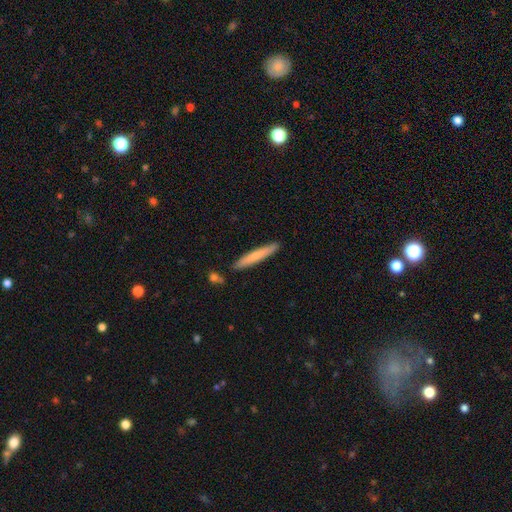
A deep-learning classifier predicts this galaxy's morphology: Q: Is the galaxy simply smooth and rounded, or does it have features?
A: smooth — 68%.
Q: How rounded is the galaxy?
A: cigar-shaped — 95%.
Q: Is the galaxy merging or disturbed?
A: none — 87%.